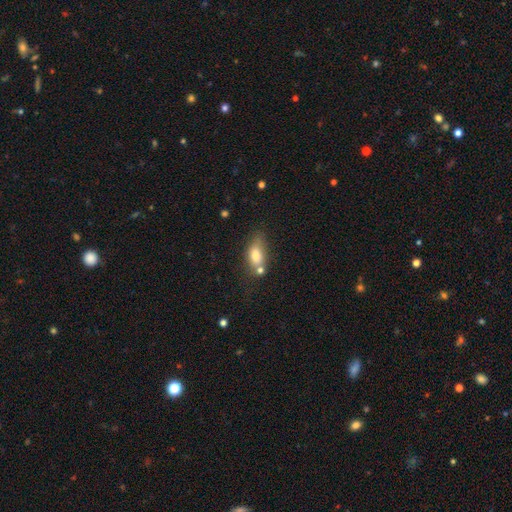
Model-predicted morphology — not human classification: smooth 76%, featured or disk 15%, star or artifact 8%. Down the decision tree: how rounded — in between (84%); merging — none (49%).